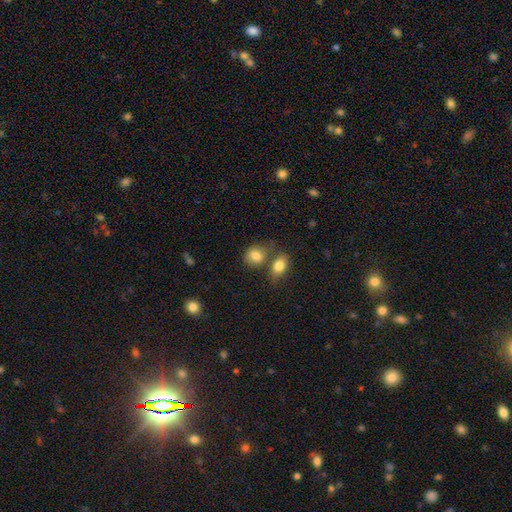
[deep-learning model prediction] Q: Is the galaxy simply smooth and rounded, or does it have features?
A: smooth — 82%.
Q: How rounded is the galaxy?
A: in between — 57%.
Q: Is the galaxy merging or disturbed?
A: none — 46%.